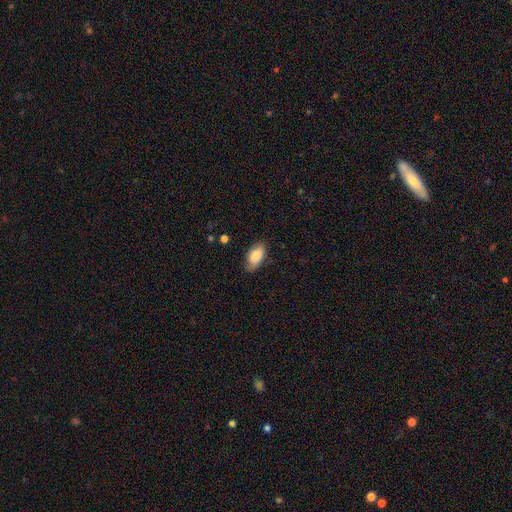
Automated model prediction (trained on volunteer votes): A smooth galaxy with no disk features (82%) that is in between round and cigar-shaped (94%). Merging: none (76%).